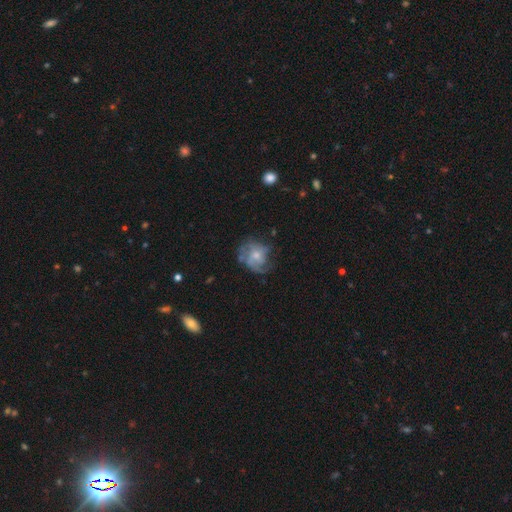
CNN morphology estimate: The model was most divided on "bulge size": small: 52%, moderate: 39%, none: 5%, large: 3%, dominant: 1%. Remaining: edge-on disk — no (98%); bar — no (78%); spiral arms — yes (71%); smooth or featured — featured or disk (60%); merging — none (49%).